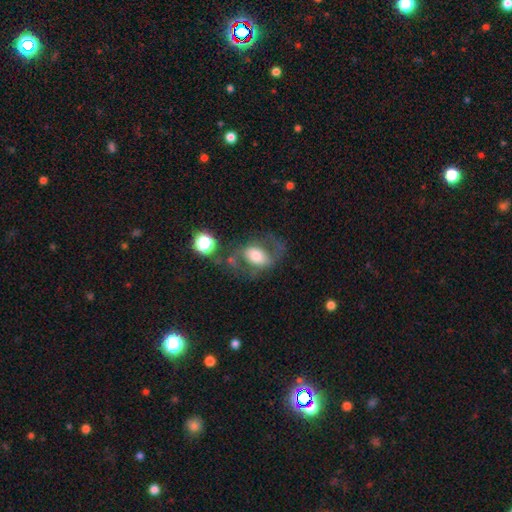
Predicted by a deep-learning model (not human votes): A featured or disk galaxy (49%). Merging: none (48%).